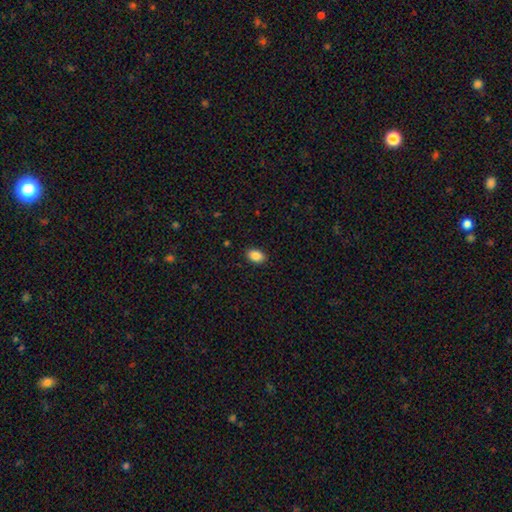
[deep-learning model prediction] Q: Smooth or featured?
A: smooth (88%); runner-up: star or artifact (8%)
Q: How rounded?
A: in between (83%); runner-up: round (16%)
Q: Merging?
A: none (89%); runner-up: minor disturbance (8%)